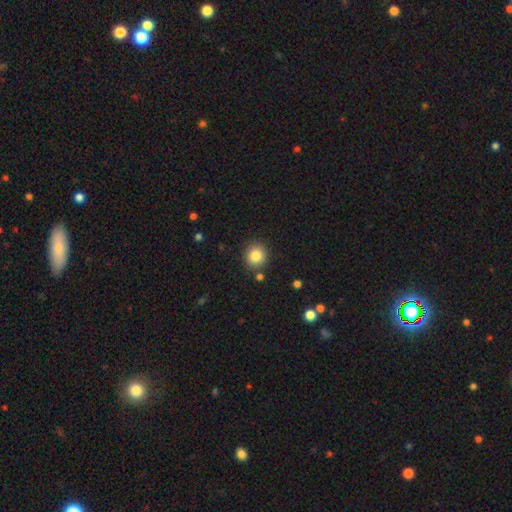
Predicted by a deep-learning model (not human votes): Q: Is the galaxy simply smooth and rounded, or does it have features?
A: smooth — 83%.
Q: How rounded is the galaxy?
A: round — 86%.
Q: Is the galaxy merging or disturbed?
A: none — 86%.